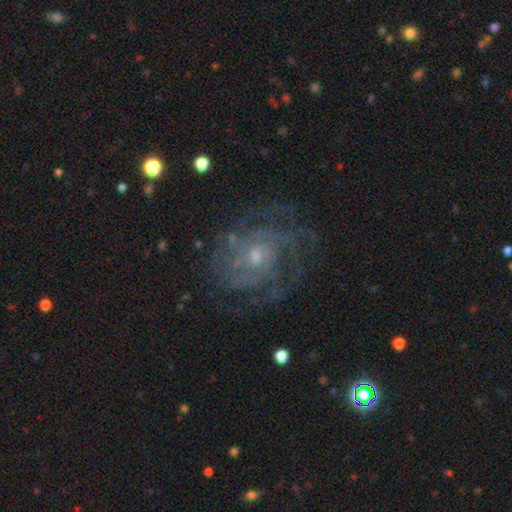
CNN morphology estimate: type=featured or disk (80%); edge-on=no (97%); bar=no (74%); spiral arms=yes (93%); winding=tight (58%); arm count=can't tell (39%); bulge=small (63%); merging=none (73%).